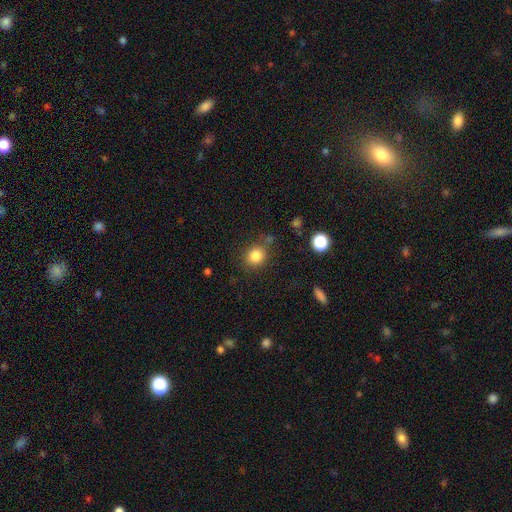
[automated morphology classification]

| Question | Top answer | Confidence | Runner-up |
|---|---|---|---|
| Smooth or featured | smooth | 84% | star or artifact (11%) |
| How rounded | round | 79% | in between (20%) |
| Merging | none | 79% | minor disturbance (12%) |